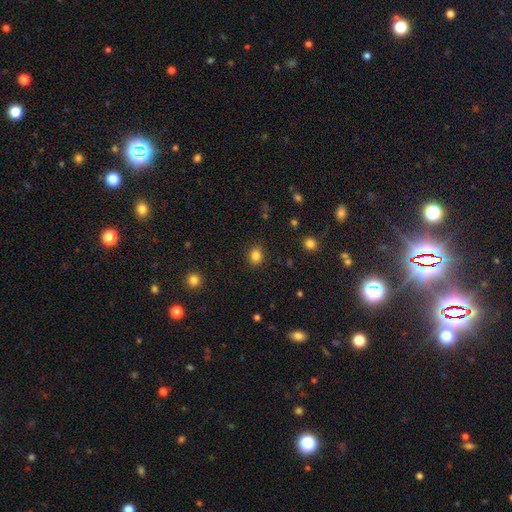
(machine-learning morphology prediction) This is clearly a smooth galaxy (84%). How rounded: likely round (63%). Merging: clearly none (88%).